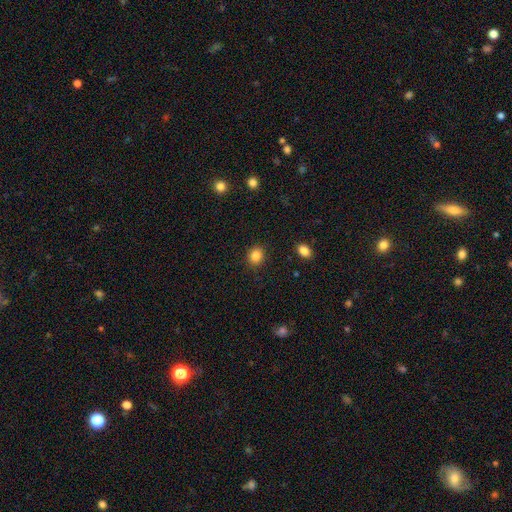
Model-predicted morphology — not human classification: type=smooth (85%); roundness=round (69%); merging=none (89%).